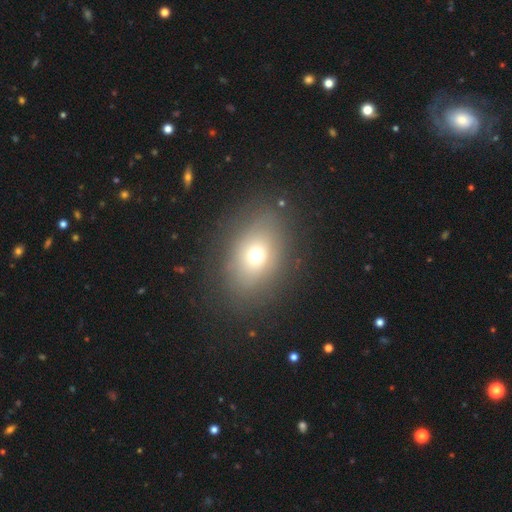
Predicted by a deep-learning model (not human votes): Morphology: type=smooth (64%); roundness=in between (67%); merging=none (79%).